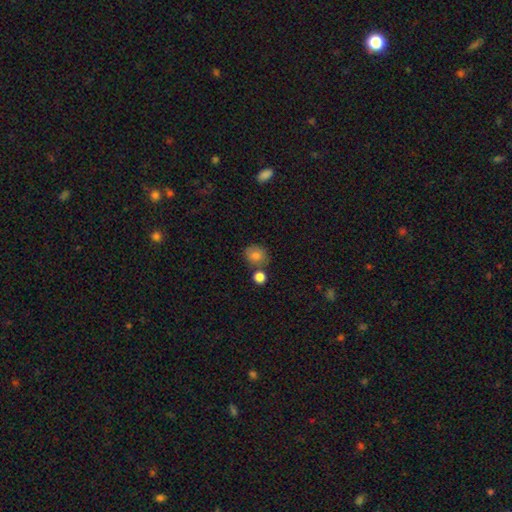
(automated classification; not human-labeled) A smooth galaxy with no disk features (81%) that is round (65%). Merging: none (63%).